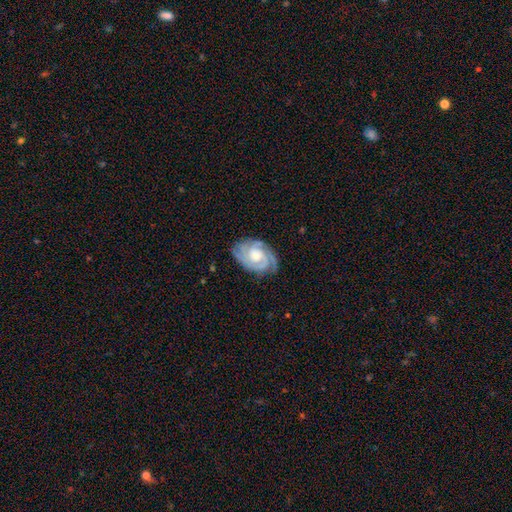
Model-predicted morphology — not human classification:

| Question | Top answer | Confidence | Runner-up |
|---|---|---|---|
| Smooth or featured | featured or disk | 87% | smooth (8%) |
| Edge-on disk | no | 97% | yes (3%) |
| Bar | no | 68% | weak (27%) |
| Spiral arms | yes | 98% | no (2%) |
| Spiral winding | tight | 68% | medium (28%) |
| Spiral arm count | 2 | 46% | 3 (26%) |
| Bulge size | moderate | 49% | small (31%) |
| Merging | none | 76% | minor disturbance (17%) |